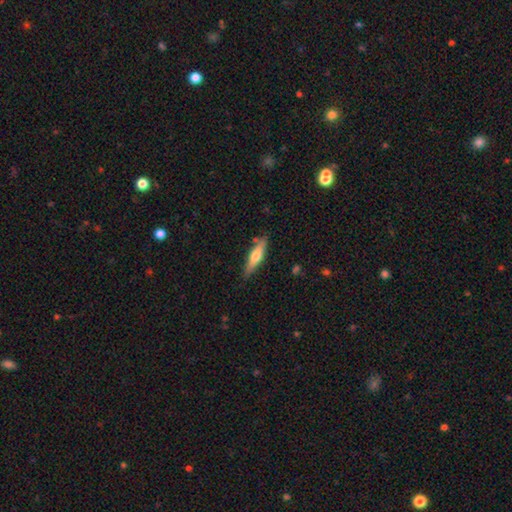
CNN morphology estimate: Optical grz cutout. It shows a smooth galaxy with no disk features (53%) that is cigar-shaped (75%). Merging: none (81%).